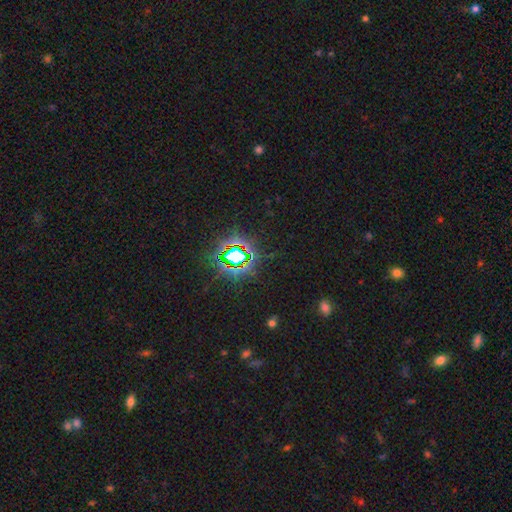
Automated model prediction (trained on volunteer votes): This is clearly a star or artifact rather than a galaxy (81%).